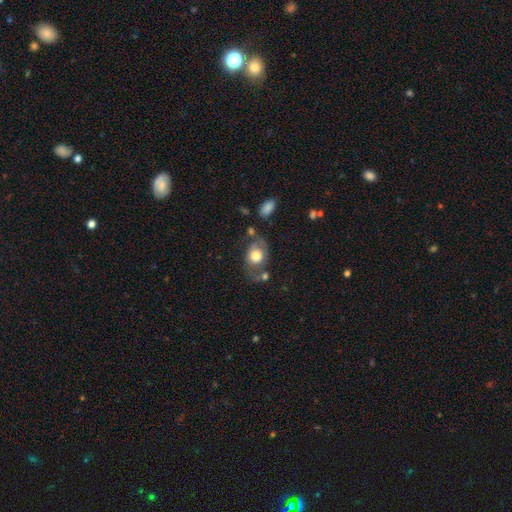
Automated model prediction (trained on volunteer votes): smooth_or_featured: smooth (p=0.60) [alt: featured or disk p=0.33]
how_rounded: in between (p=0.56) [alt: round p=0.43]
merging: none (p=0.48) [alt: minor disturbance p=0.23]